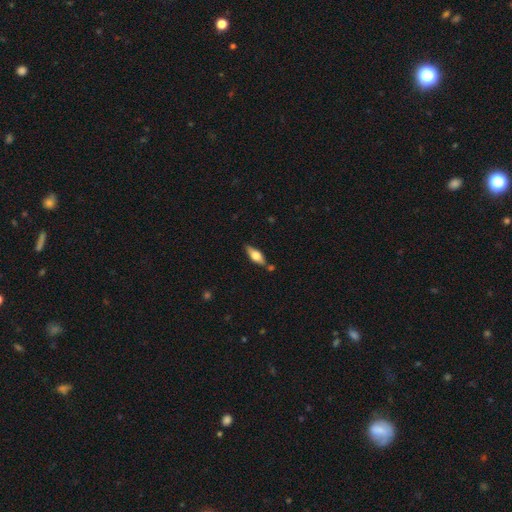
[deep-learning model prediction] Overall: smooth (49%; featured or disk 45%). Merging: none (79%).